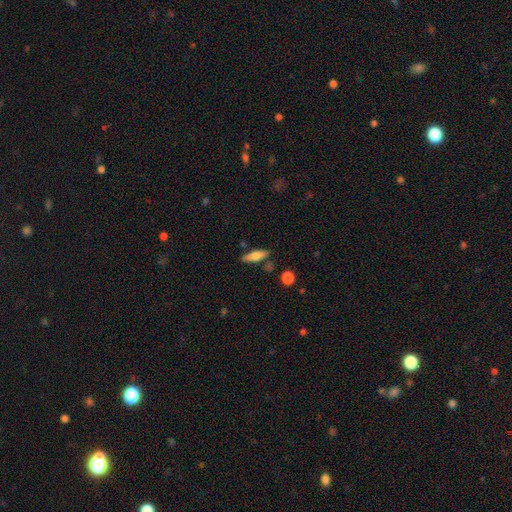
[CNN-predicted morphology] Smooth or featured? smooth (60%)
How rounded? cigar-shaped (53%)
Merging? none (81%)